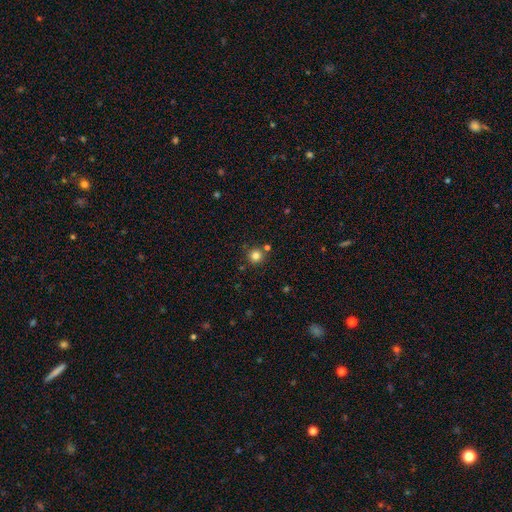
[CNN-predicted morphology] Smooth or featured: smooth — 82% (star or artifact — 13%)
How rounded: round — 94% (in between — 5%)
Merging: none — 82% (merger — 9%)